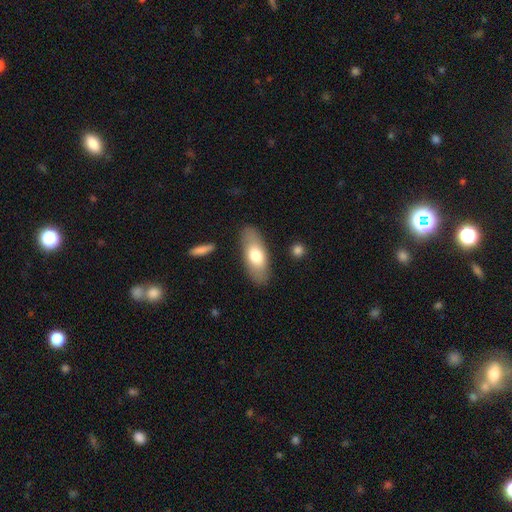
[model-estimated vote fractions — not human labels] smooth-or-featured: smooth: 69% | featured or disk: 25% | star or artifact: 6%
  how-rounded: in between: 81% | cigar-shaped: 17% | round: 3%
  merging: none: 83% | minor disturbance: 12% | major disturbance: 3% | merger: 2%